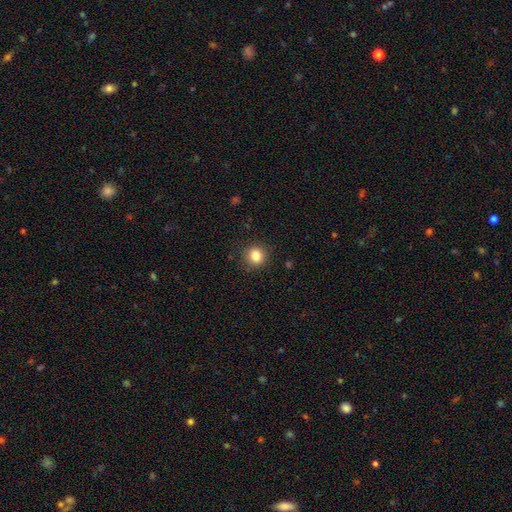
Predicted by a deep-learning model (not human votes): Smooth or featured?
  - smooth: 84% *
  - star or artifact: 11%
  - featured or disk: 5%
How rounded?
  - round: 87% *
  - in between: 12%
  - cigar-shaped: 1%
Merging?
  - none: 89% *
  - minor disturbance: 8%
  - major disturbance: 2%
  - merger: 1%